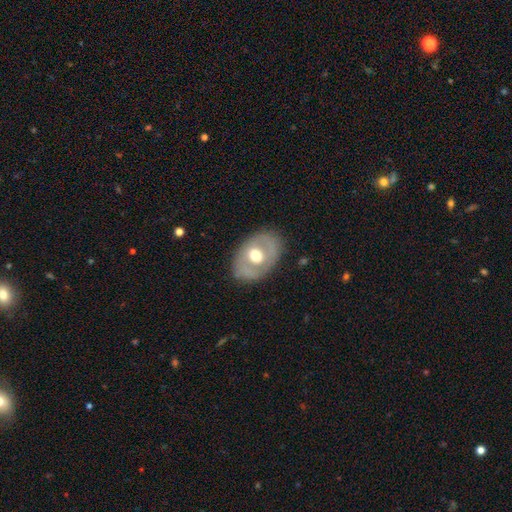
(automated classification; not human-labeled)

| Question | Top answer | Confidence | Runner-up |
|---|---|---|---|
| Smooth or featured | featured or disk | 50% | smooth (44%) |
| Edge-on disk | no | 91% | yes (9%) |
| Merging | none | 79% | minor disturbance (15%) |